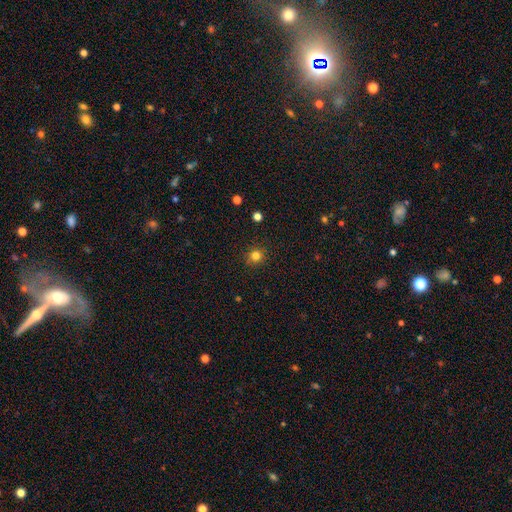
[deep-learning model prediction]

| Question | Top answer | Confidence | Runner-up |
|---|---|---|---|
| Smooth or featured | smooth | 81% | star or artifact (14%) |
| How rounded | round | 90% | in between (9%) |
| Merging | none | 90% | minor disturbance (7%) |